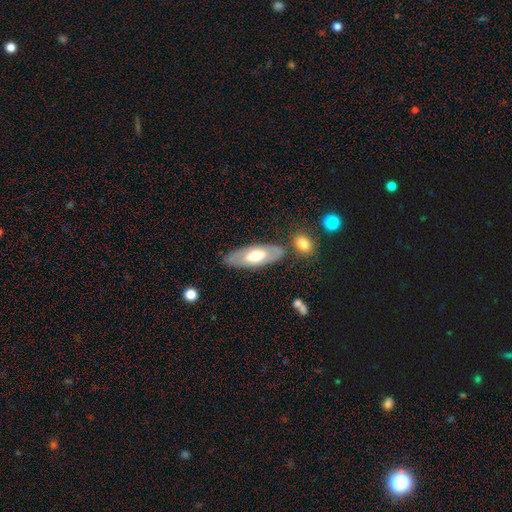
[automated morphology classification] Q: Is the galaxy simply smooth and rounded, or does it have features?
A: featured or disk — 48%.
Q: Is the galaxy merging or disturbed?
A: none — 79%.